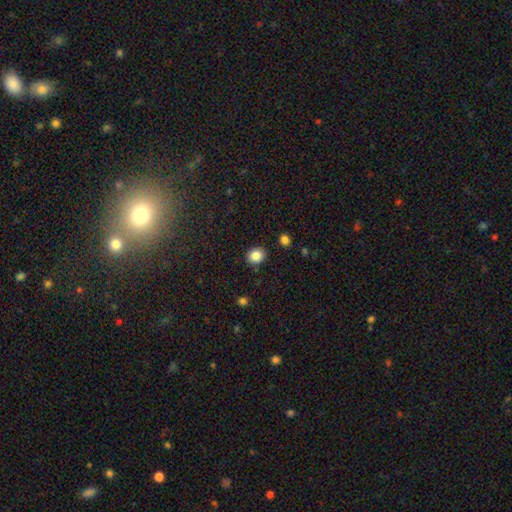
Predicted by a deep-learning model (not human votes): Overall: smooth (85%). How rounded: round (70%). Merging: none (88%).